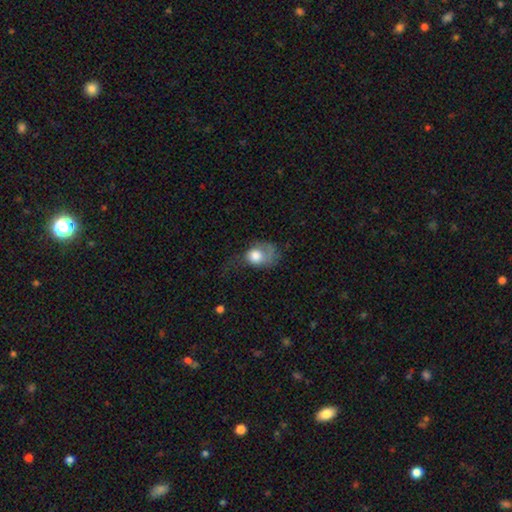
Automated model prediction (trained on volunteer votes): Smooth or featured? Predicted: smooth (p=0.65). How rounded? Predicted: in between (p=0.53). Merging? Predicted: major disturbance (p=0.49).